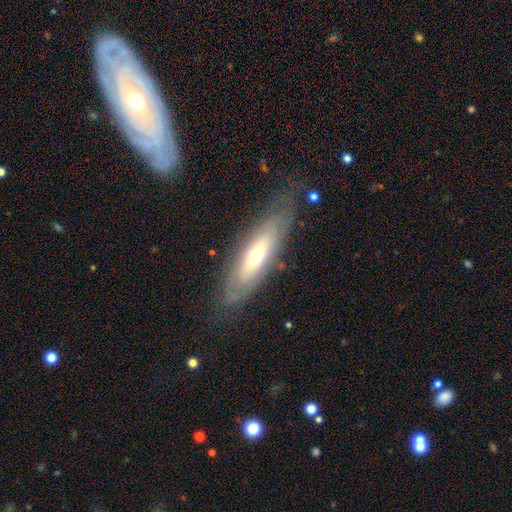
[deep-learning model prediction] Smooth or featured? Predicted: featured or disk (p=0.54). Edge-on disk? Predicted: no (p=0.59). Merging? Predicted: none (p=0.74).